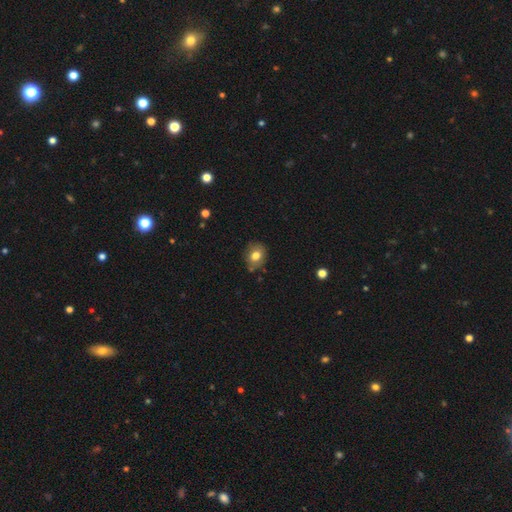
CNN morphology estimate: A smooth galaxy with no disk features (77%) that is round (56%). Merging: none (78%).